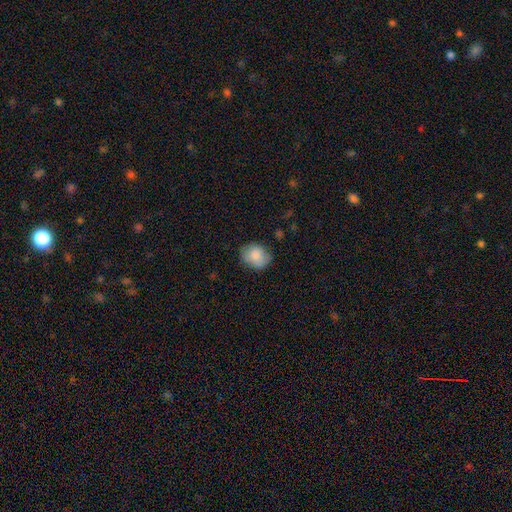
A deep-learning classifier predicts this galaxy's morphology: A smooth galaxy with no disk features (83%) that is round (53%). Merging: none (72%).